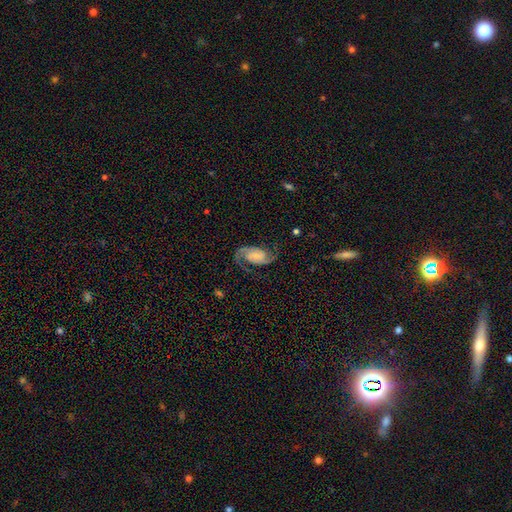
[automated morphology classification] Smooth or featured: featured or disk — 89% (smooth — 6%)
Edge-on disk: no — 98% (yes — 2%)
Bar: no — 55% (weak — 32%)
Spiral arms: yes — 98% (no — 2%)
Spiral winding: medium — 54% (loose — 24%)
Spiral arm count: 2 — 94% (can't tell — 2%)
Bulge size: small — 56% (moderate — 22%)
Merging: none — 77% (minor disturbance — 13%)